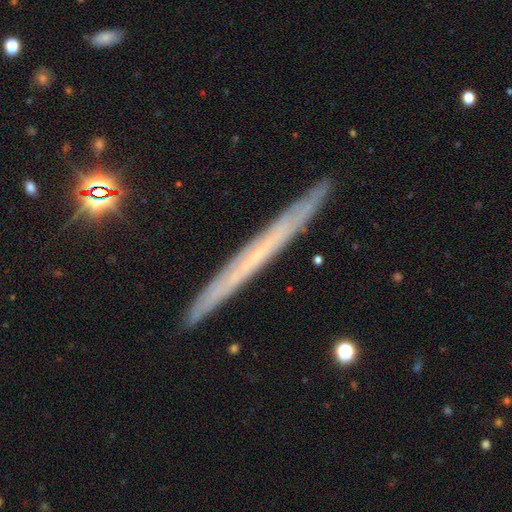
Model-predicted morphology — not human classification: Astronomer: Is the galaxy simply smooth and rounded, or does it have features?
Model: featured or disk — 58% (runner-up: smooth, 35%).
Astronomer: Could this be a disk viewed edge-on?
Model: yes — 96%.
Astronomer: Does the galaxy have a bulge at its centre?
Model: none — 90%.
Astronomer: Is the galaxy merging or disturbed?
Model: none — 91%.